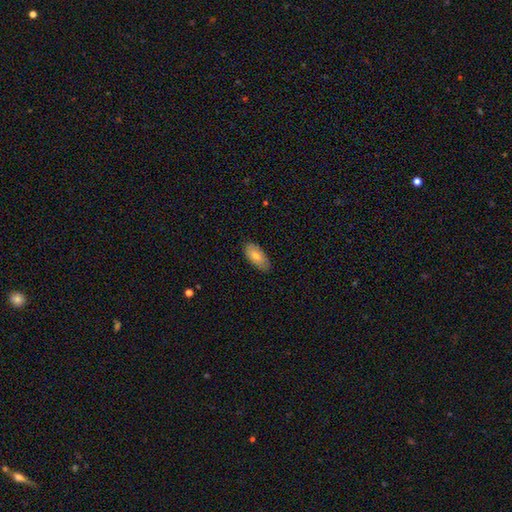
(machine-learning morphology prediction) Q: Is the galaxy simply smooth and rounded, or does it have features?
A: smooth — 65%.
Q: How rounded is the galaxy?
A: in between — 91%.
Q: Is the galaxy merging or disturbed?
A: none — 82%.